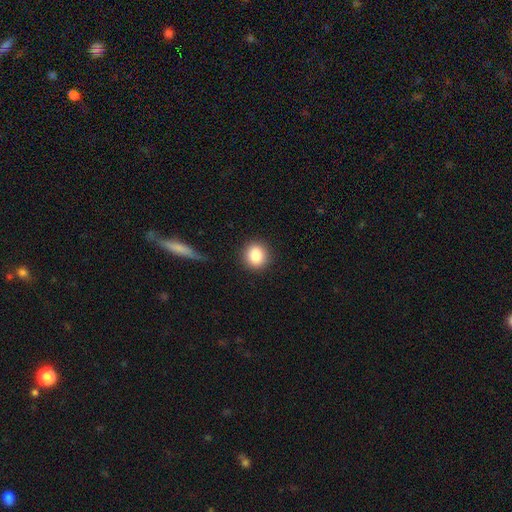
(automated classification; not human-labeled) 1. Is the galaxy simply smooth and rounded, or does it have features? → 87% smooth, 8% star or artifact, 4% featured or disk.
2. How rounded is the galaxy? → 85% round, 14% in between, 1% cigar-shaped.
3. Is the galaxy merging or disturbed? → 87% none, 8% minor disturbance, 3% major disturbance, 1% merger.